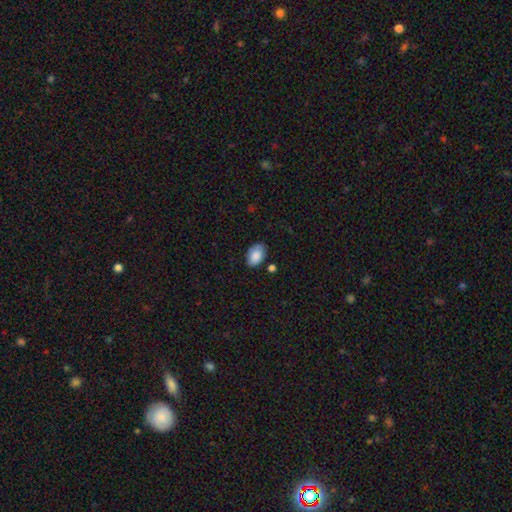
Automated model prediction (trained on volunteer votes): Smooth or featured: smooth — 85% (featured or disk — 8%)
How rounded: in between — 89% (round — 10%)
Merging: none — 76% (minor disturbance — 18%)